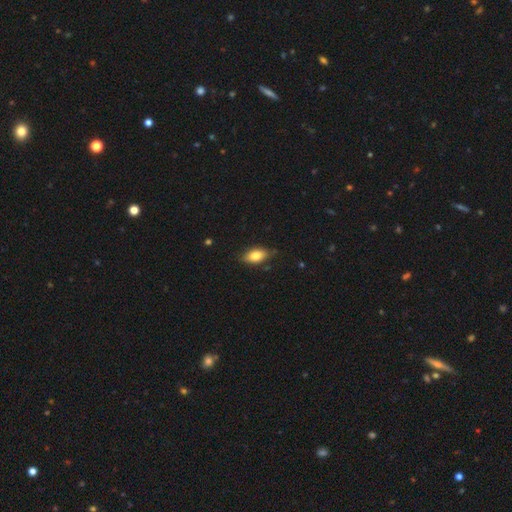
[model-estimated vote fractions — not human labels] smooth-or-featured: smooth: 78% | featured or disk: 15% | star or artifact: 7%
  how-rounded: in between: 88% | cigar-shaped: 8% | round: 5%
  merging: none: 79% | minor disturbance: 17% | major disturbance: 3% | merger: 1%